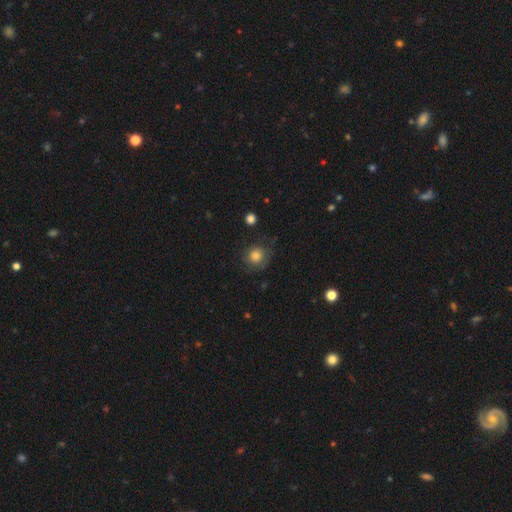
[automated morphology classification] smooth_or_featured: smooth (p=0.78) [alt: featured or disk p=0.12]
how_rounded: round (p=0.88) [alt: in between p=0.11]
merging: none (p=0.71) [alt: minor disturbance p=0.19]